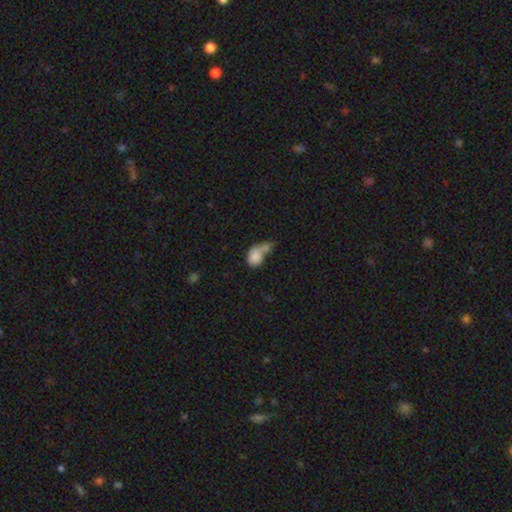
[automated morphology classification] This is clearly a smooth galaxy (80%). How rounded: likely in between (63%). Merging: possibly merger (52%).